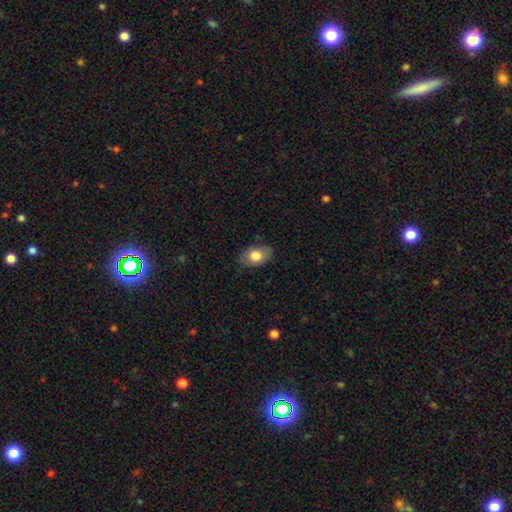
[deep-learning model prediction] Q: Smooth or featured?
A: smooth (77%); runner-up: featured or disk (16%)
Q: How rounded?
A: in between (86%); runner-up: round (13%)
Q: Merging?
A: none (78%); runner-up: minor disturbance (17%)